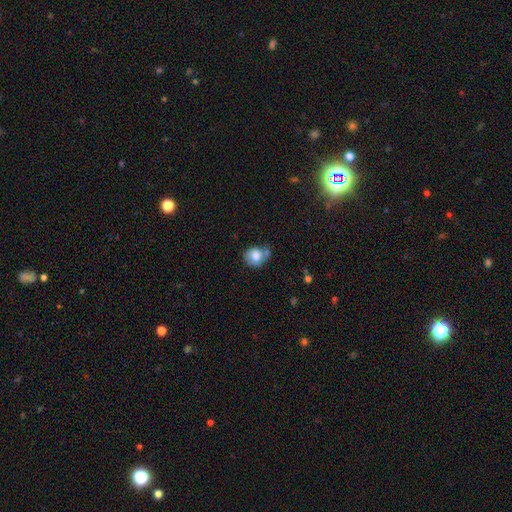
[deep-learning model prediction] Smooth or featured?
  - smooth: 72% *
  - featured or disk: 19%
  - star or artifact: 9%
How rounded?
  - round: 61% *
  - in between: 38%
  - cigar-shaped: 1%
Merging?
  - none: 42% *
  - minor disturbance: 30%
  - merger: 16%
  - major disturbance: 12%